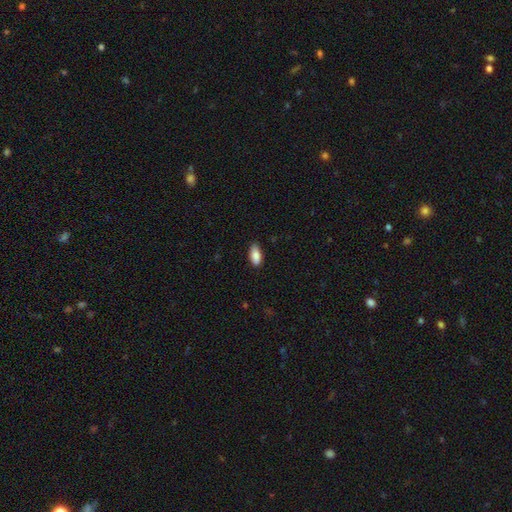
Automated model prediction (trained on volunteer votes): Smooth or featured? Predicted: smooth (p=0.87). How rounded? Predicted: in between (p=0.90). Merging? Predicted: none (p=0.85).